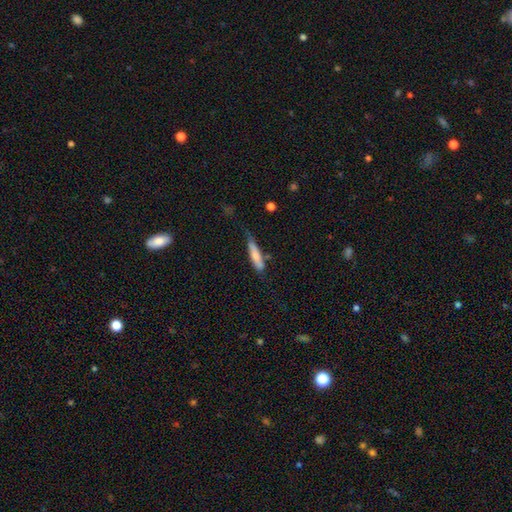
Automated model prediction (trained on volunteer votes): smooth-or-featured: smooth: 71% | featured or disk: 23% | star or artifact: 6%
  how-rounded: cigar-shaped: 80% | in between: 18% | round: 2%
  merging: none: 52% | minor disturbance: 32% | major disturbance: 9% | merger: 7%